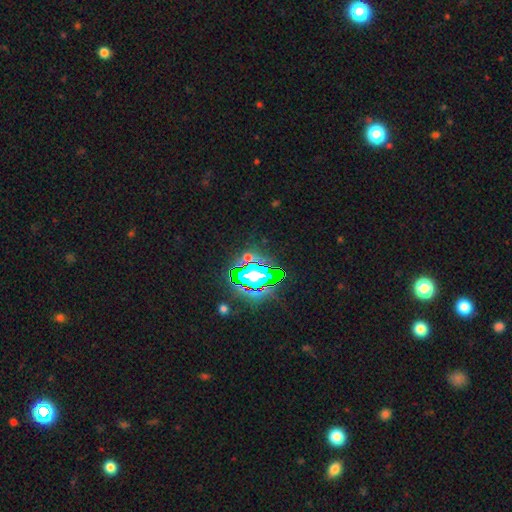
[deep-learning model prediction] Q: Smooth or featured?
A: star or artifact (80%); runner-up: smooth (12%)